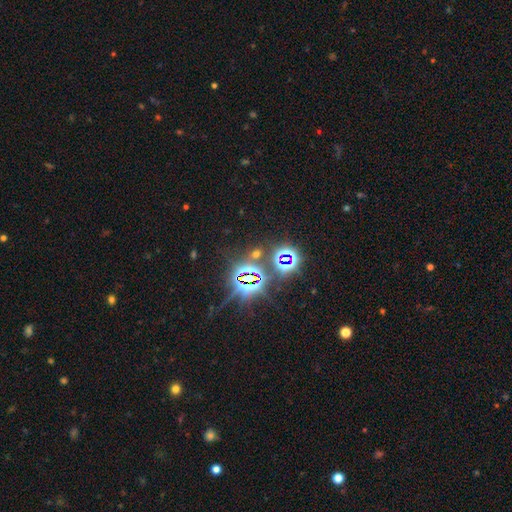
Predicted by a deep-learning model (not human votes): This appears to be a star or artifact, not a galaxy (84%).